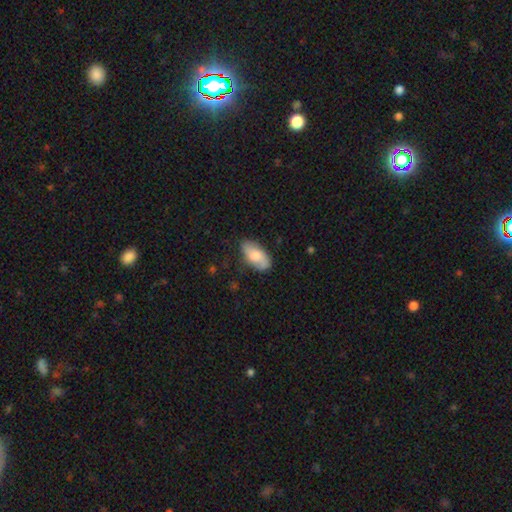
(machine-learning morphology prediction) Overall: smooth (72%). How rounded: in between (93%). Merging: none (73%).